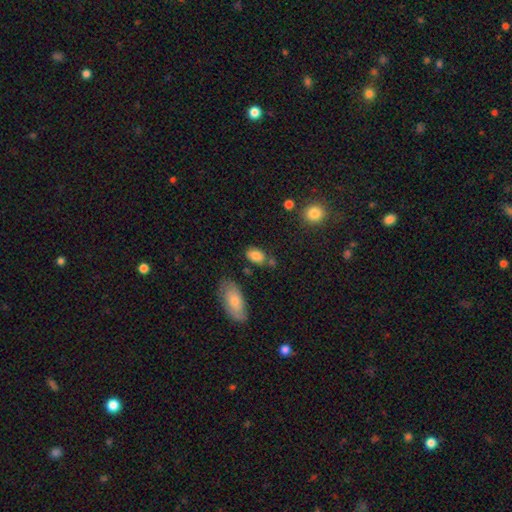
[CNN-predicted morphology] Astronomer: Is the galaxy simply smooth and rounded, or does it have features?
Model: smooth — 83%.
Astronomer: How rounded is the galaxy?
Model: in between — 88%.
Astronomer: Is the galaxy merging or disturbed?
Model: none — 67%.